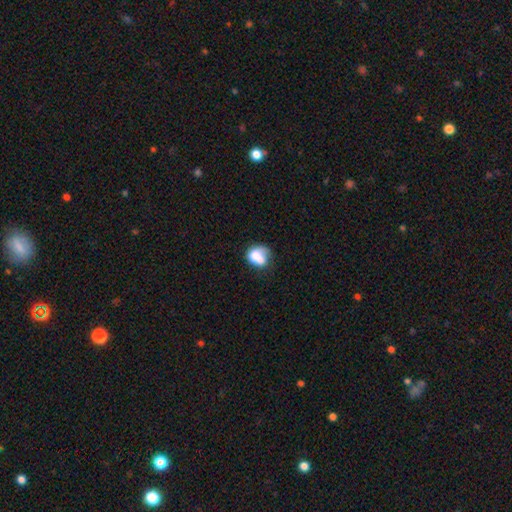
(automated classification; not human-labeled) smooth-or-featured: smooth: 71% | featured or disk: 20% | star or artifact: 9%
  how-rounded: round: 51% | in between: 47% | cigar-shaped: 1%
  merging: none: 36% | minor disturbance: 29% | major disturbance: 21% | merger: 13%